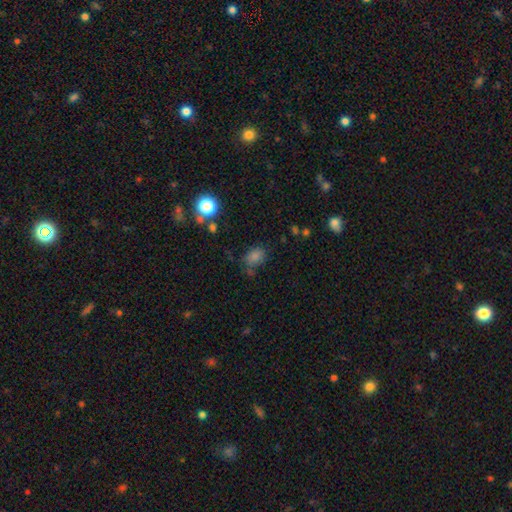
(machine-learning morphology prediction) Smooth or featured?
  - smooth: 77% *
  - star or artifact: 17%
  - featured or disk: 6%
How rounded?
  - in between: 67% *
  - round: 31%
  - cigar-shaped: 1%
Merging?
  - none: 66% *
  - minor disturbance: 20%
  - merger: 8%
  - major disturbance: 7%